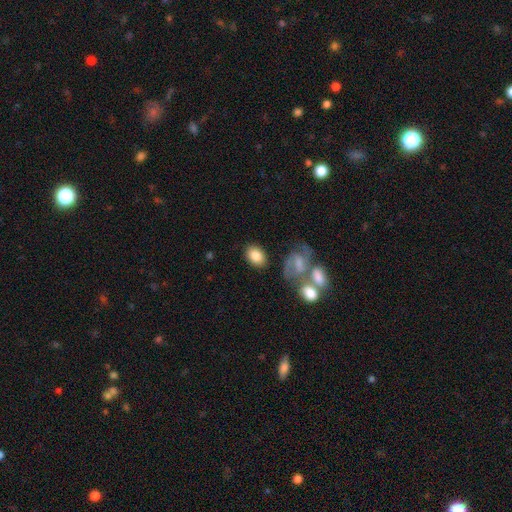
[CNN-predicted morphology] The model was most divided on "how rounded": in between: 79%, round: 20%, cigar-shaped: 1%. More confident: smooth or featured — smooth (80%); merging — none (73%).